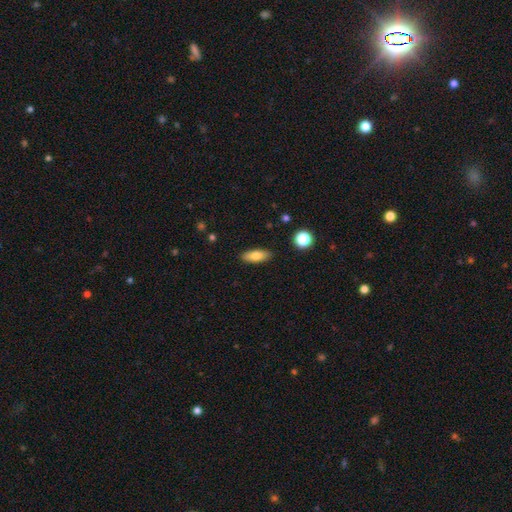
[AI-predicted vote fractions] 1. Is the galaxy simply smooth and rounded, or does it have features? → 79% smooth, 14% featured or disk, 7% star or artifact.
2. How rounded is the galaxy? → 73% in between, 24% cigar-shaped, 3% round.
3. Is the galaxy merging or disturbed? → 88% none, 9% minor disturbance, 2% major disturbance, 1% merger.